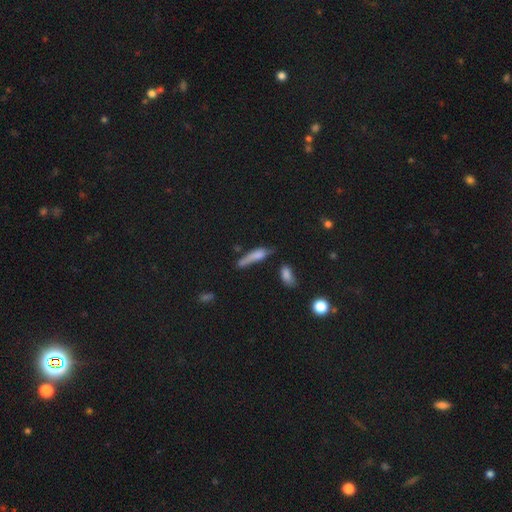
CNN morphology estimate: Overall: smooth (66%). How rounded: cigar-shaped (68%; in between 29%). Merging: none (36%; minor disturbance 27%).